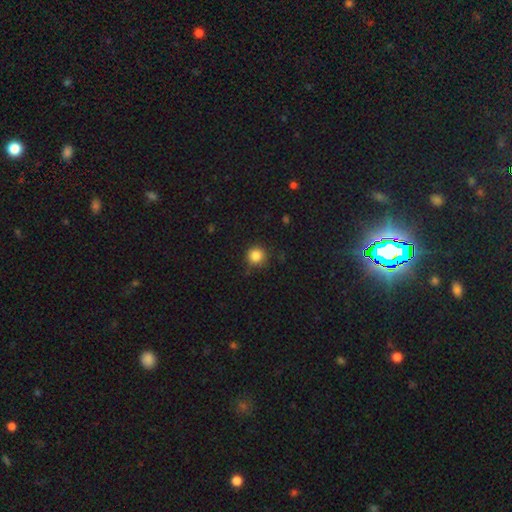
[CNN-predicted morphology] smooth_or_featured: smooth (p=0.85) [alt: star or artifact p=0.11]
how_rounded: round (p=0.94) [alt: in between p=0.05]
merging: none (p=0.82) [alt: minor disturbance p=0.14]